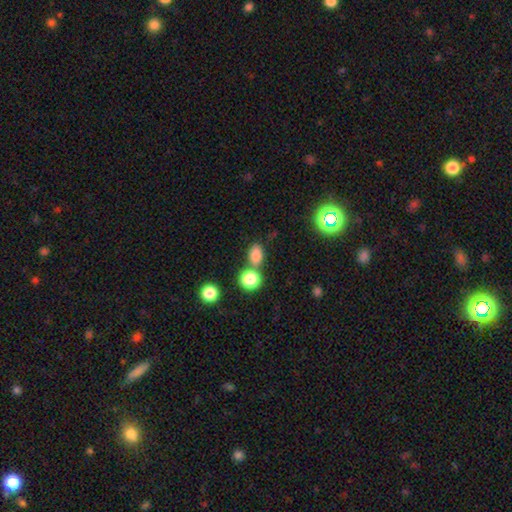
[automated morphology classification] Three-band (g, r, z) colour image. It shows a smooth galaxy with no disk features (79%) that is in between round and cigar-shaped (71%). Merging: none (63%).